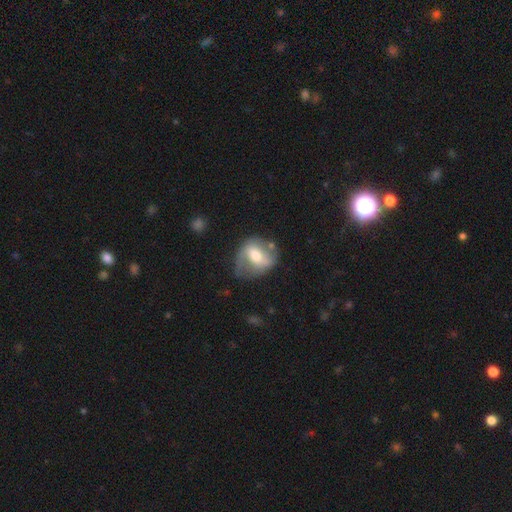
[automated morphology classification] Smooth or featured: featured or disk — 58% (smooth — 35%)
Edge-on disk: no — 94% (yes — 6%)
Bar: weak — 42% (strong — 36%)
Spiral arms: yes — 66% (no — 34%)
Bulge size: moderate — 64% (small — 22%)
Merging: none — 54% (minor disturbance — 26%)